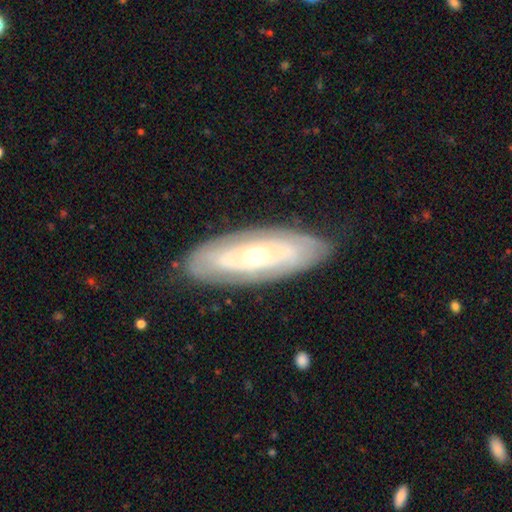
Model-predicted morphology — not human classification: A featured or disk galaxy (75%) with no bar (74%), spiral arms (71%) and a moderate central bulge (55%).

Vote fractions:
- Smooth or featured? featured or disk: 75% / smooth: 19% / star or artifact: 6%
- Edge-on disk? no: 84% / yes: 16%
- Bar? no: 74% / weak: 19% / strong: 7%
- Spiral arms? yes: 71% / no: 29%
- Bulge size? moderate: 55% / small: 40% / large: 3% / dominant: 1% / none: 1%
- Merging? none: 83% / minor disturbance: 13% / major disturbance: 3% / merger: 1%